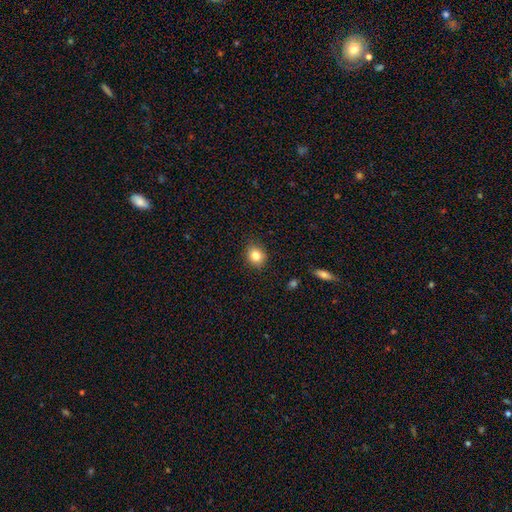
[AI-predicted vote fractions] This appears to be a smooth galaxy with no disk features (82%) that is round (73%). Merging: none (88%).